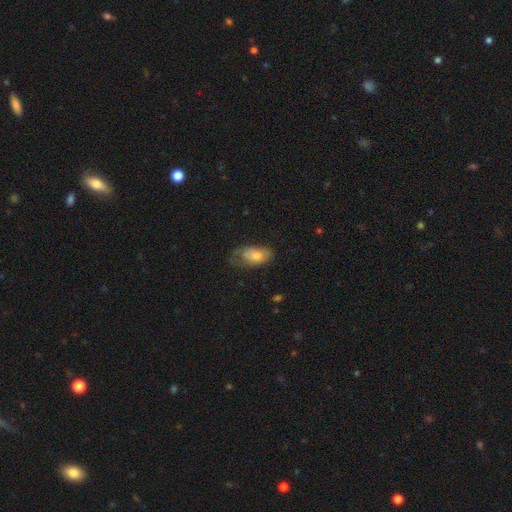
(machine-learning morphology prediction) A smooth galaxy with no disk features (65%) that is in between round and cigar-shaped (90%). Merging: none (45%).